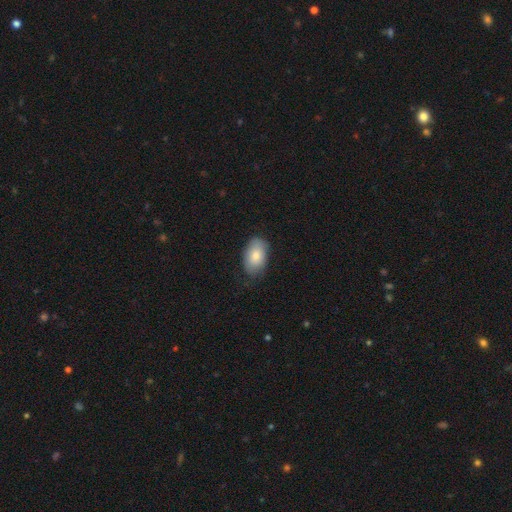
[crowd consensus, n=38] smooth 92%, featured or disk 5%, star or artifact 3%. Down the decision tree: how rounded — in between (91%); merging — none (65%).